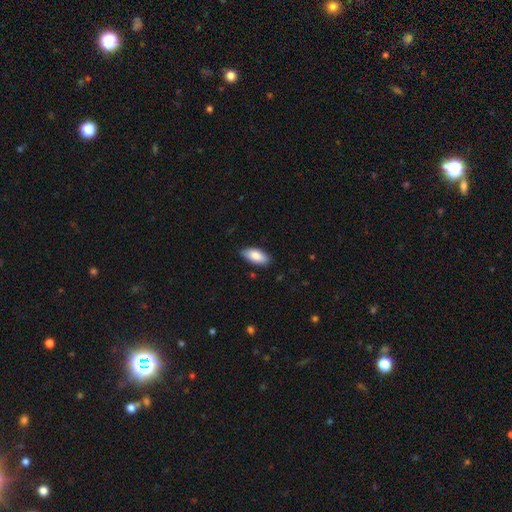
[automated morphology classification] Q: Smooth or featured?
A: smooth (85%); runner-up: featured or disk (9%)
Q: How rounded?
A: in between (90%); runner-up: cigar-shaped (8%)
Q: Merging?
A: none (85%); runner-up: minor disturbance (12%)